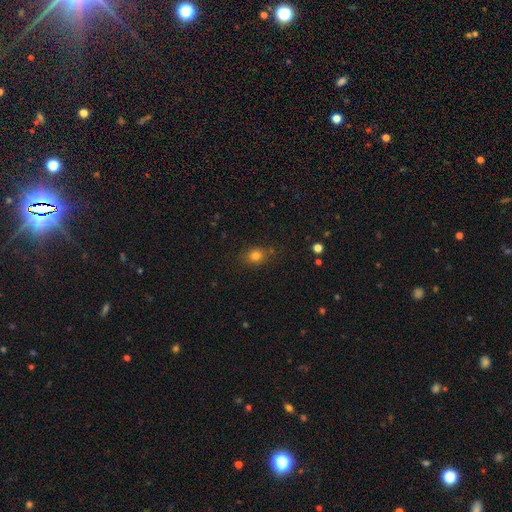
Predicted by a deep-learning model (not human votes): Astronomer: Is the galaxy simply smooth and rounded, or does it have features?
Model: smooth — 79%.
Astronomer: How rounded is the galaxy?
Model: round — 65%.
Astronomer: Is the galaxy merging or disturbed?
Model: none — 81%.